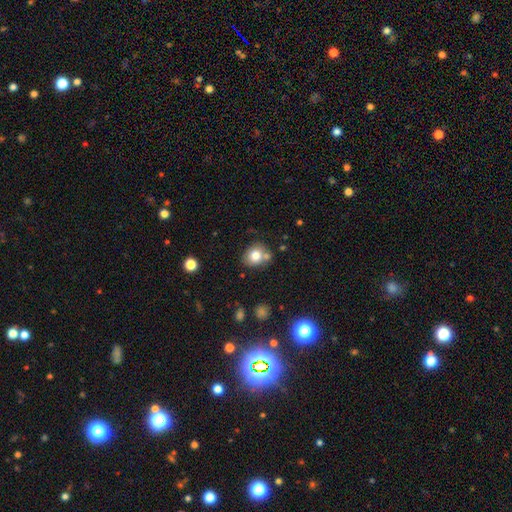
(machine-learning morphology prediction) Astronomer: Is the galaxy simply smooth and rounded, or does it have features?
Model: smooth — 78%.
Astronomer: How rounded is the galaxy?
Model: round — 62% (runner-up: in between, 37%).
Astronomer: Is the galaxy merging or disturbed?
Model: none — 61%.